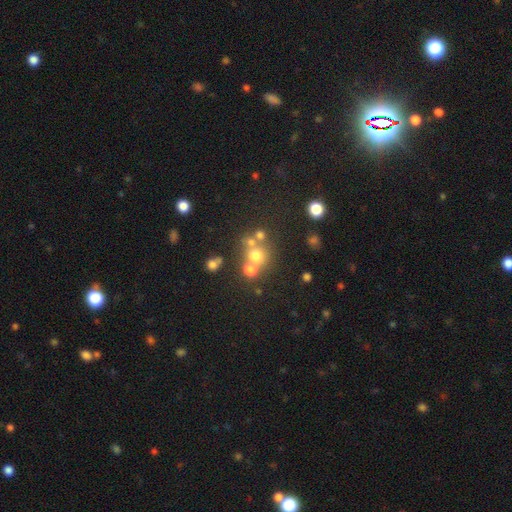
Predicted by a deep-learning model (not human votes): This appears to be a smooth galaxy with no disk features (62%) that is round (84%). Merging: none (55%).